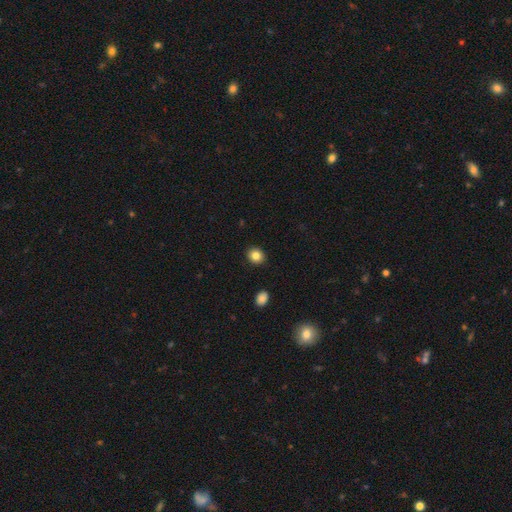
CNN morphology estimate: A smooth galaxy with no disk features (84%) that is round (76%). Merging: none (91%).